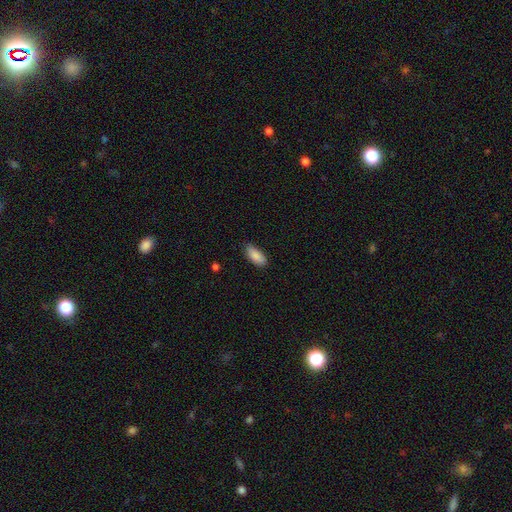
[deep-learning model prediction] Q: Smooth or featured?
A: smooth (89%); runner-up: star or artifact (6%)
Q: How rounded?
A: in between (86%); runner-up: cigar-shaped (12%)
Q: Merging?
A: none (80%); runner-up: minor disturbance (16%)